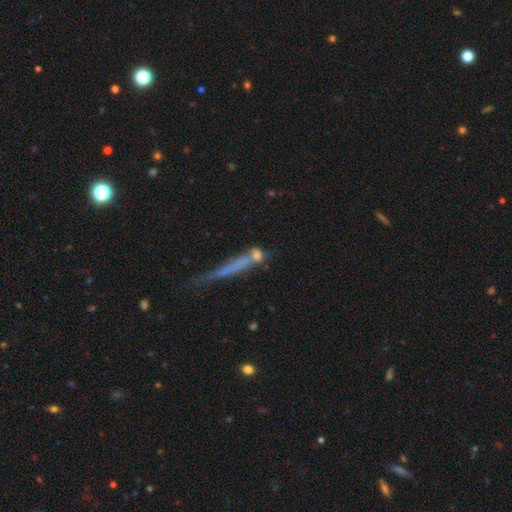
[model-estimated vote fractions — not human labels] Smooth or featured: smooth — 49% (featured or disk — 38%)
Merging: none — 46% (merger — 22%)